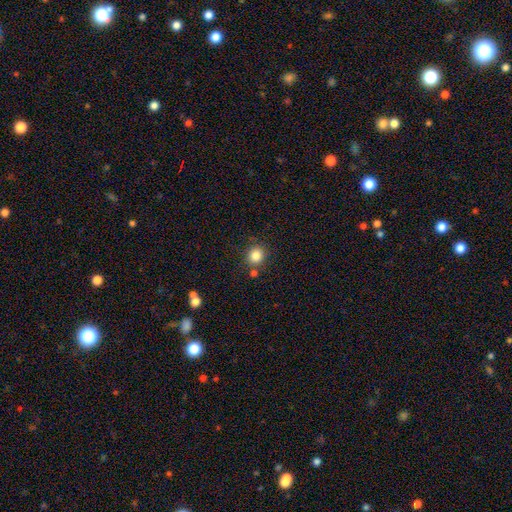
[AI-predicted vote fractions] The model was most divided on "merging": none: 79%, minor disturbance: 10%, merger: 8%, major disturbance: 3%. More confident: how rounded — round (85%); smooth or featured — smooth (83%).